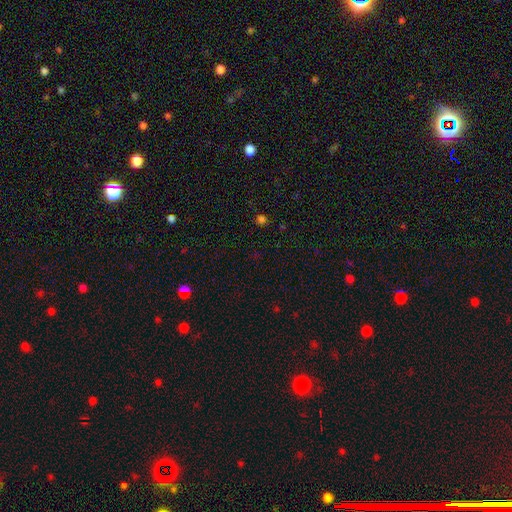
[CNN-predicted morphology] type=star or artifact (59%).